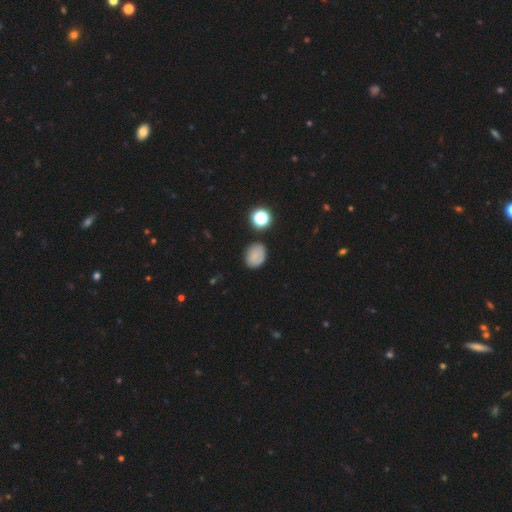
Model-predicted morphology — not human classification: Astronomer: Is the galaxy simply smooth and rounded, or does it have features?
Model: smooth — 78%.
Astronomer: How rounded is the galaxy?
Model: in between — 53% (runner-up: round, 46%).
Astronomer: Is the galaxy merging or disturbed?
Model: none — 80%.